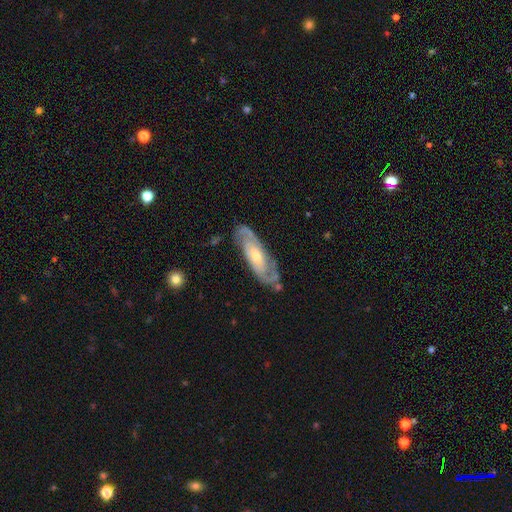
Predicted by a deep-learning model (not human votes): Morphology: type=featured or disk (85%); edge-on=no (89%); bar=no (52%); spiral arms=yes (94%); winding=tight (53%); arm count=2 (79%); bulge=moderate (53%); merging=none (79%).